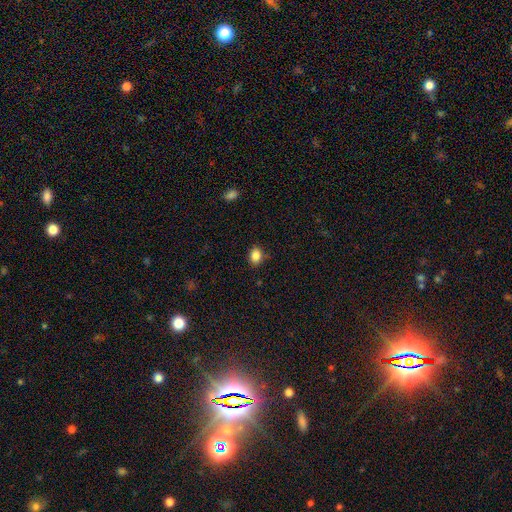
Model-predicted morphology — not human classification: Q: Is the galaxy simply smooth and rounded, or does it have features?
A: smooth — 86%.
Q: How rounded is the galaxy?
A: in between — 67%.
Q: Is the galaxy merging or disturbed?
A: none — 85%.